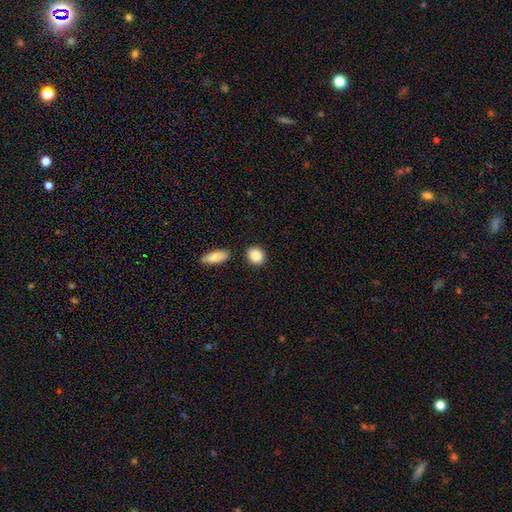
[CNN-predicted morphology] type=smooth (87%); roundness=round (51%); merging=none (84%).